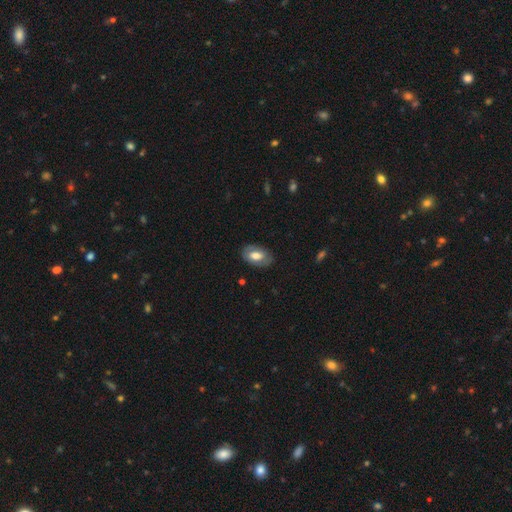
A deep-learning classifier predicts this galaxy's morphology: Smooth or featured: smooth — 62% (featured or disk — 32%)
How rounded: in between — 91% (round — 8%)
Merging: none — 80% (minor disturbance — 15%)